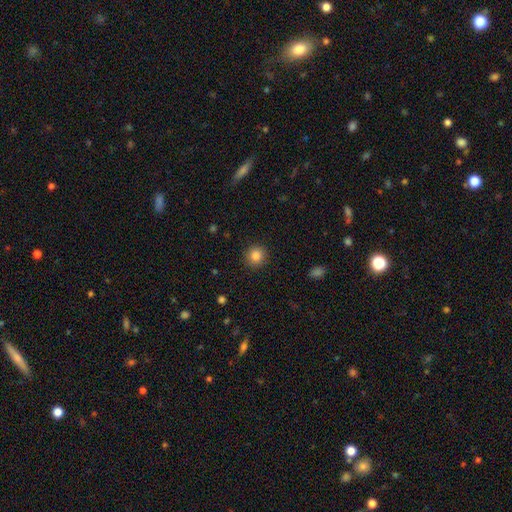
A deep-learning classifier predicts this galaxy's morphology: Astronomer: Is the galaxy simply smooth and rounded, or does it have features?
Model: smooth — 85%.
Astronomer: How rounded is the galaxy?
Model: round — 92%.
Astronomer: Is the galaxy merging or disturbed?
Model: none — 91%.